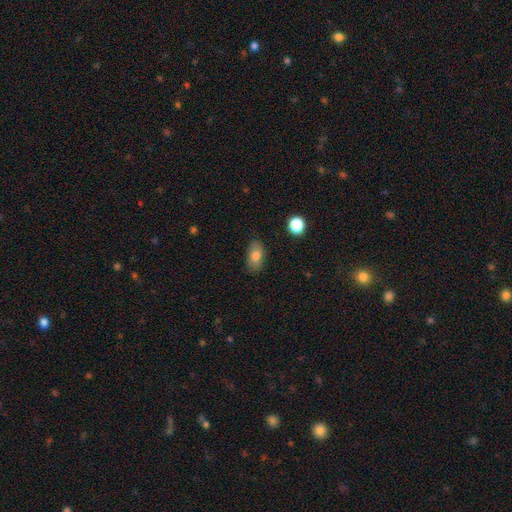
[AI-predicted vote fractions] Smooth or featured? Predicted: smooth (p=0.80). How rounded? Predicted: in between (p=0.90). Merging? Predicted: none (p=0.82).